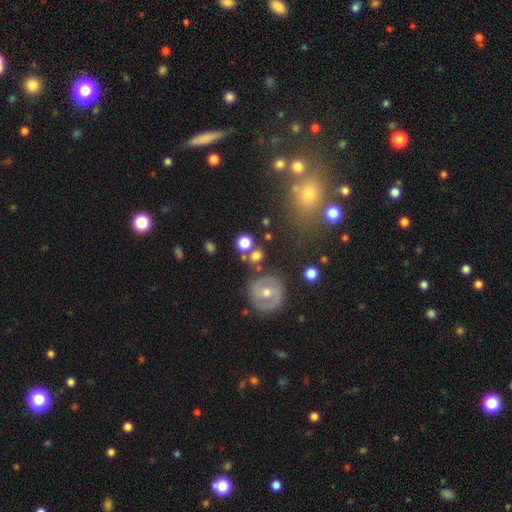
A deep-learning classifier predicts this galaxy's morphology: The model was most divided on "smooth or featured": smooth: 70%, featured or disk: 18%, star or artifact: 12%. More confident: how rounded — round (84%); merging — none (76%).